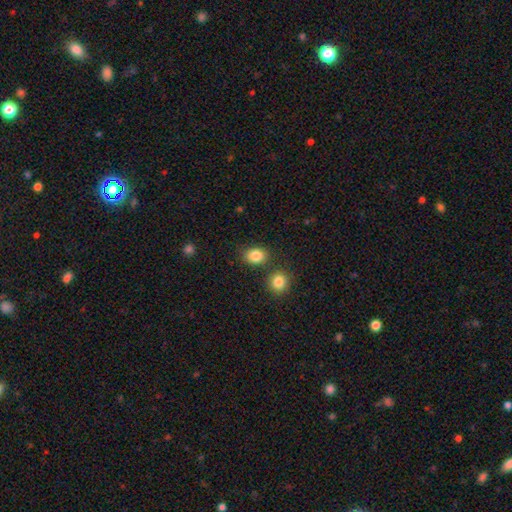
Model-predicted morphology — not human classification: Overall: smooth (85%). How rounded: in between (56%; round 43%). Merging: none (74%).